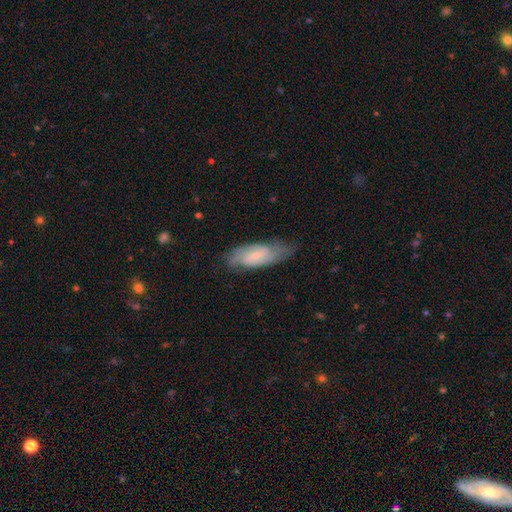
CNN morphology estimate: Q: Smooth or featured?
A: featured or disk (68%); runner-up: smooth (26%)
Q: Edge-on disk?
A: no (91%); runner-up: yes (9%)
Q: Bar?
A: no (52%); runner-up: weak (39%)
Q: Spiral arms?
A: yes (92%); runner-up: no (8%)
Q: Spiral winding?
A: medium (44%); runner-up: tight (40%)
Q: Spiral arm count?
A: 2 (58%); runner-up: can't tell (23%)
Q: Bulge size?
A: small (69%); runner-up: moderate (21%)
Q: Merging?
A: none (70%); runner-up: minor disturbance (22%)